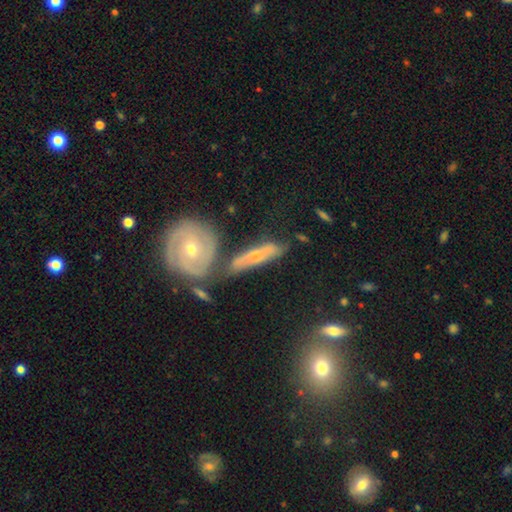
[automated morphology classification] type=featured or disk (64%); edge-on=no (63%); merging=none (59%).